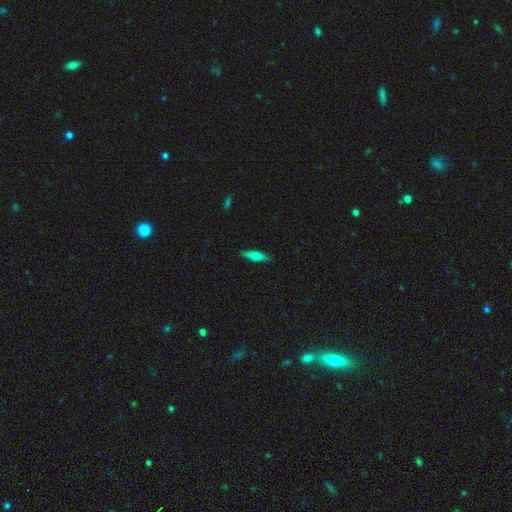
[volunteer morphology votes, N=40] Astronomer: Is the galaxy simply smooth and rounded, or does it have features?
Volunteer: smooth — 52% (runner-up: featured or disk, 48%).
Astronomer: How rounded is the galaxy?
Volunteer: in between — 62%.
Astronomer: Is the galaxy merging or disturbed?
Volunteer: none — 90%.